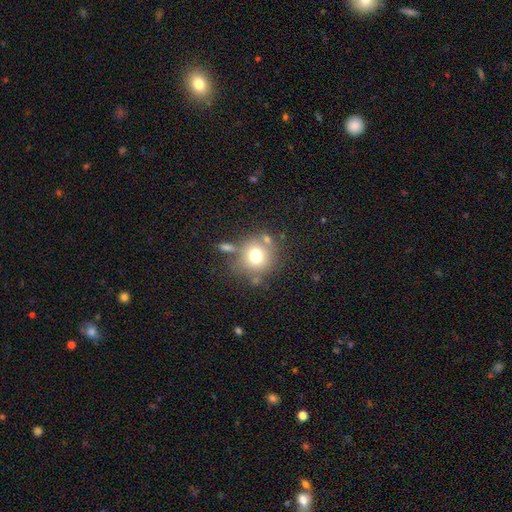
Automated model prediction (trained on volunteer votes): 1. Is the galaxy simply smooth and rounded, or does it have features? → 72% smooth, 16% featured or disk, 12% star or artifact.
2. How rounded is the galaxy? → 87% round, 12% in between, 1% cigar-shaped.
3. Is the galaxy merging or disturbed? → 67% none, 14% minor disturbance, 13% merger, 7% major disturbance.